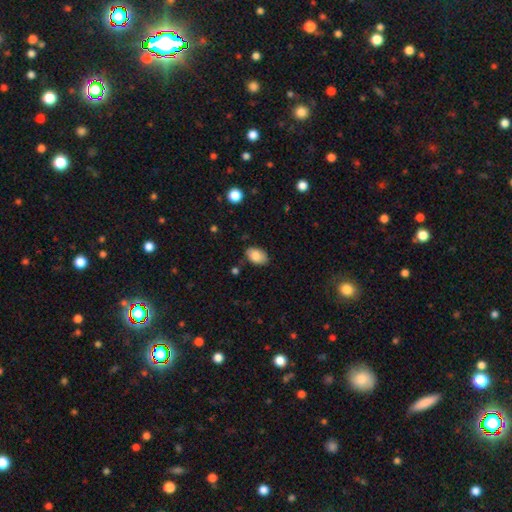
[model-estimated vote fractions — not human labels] This is clearly a smooth galaxy (81%). How rounded: clearly in between (89%). Merging: likely none (79%).